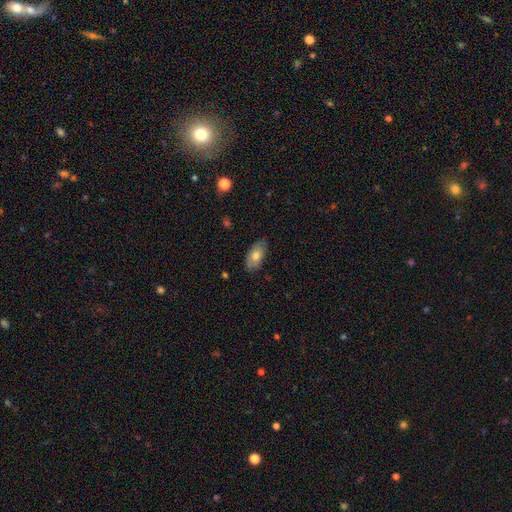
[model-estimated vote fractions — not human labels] A smooth galaxy with no disk features (72%) that is in between round and cigar-shaped (92%).

Vote fractions:
- Smooth or featured? smooth: 72% / featured or disk: 22% / star or artifact: 7%
- How rounded? in between: 92% / cigar-shaped: 5% / round: 4%
- Merging? none: 77% / minor disturbance: 19% / major disturbance: 3% / merger: 1%